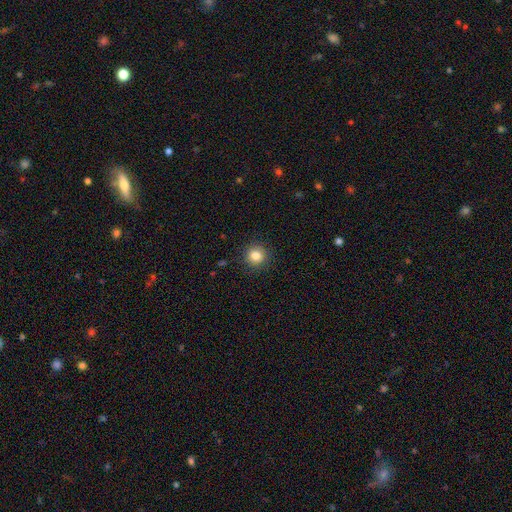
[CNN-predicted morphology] smooth 83%, star or artifact 11%, featured or disk 6%. Down the decision tree: how rounded — round (92%); merging — none (91%).